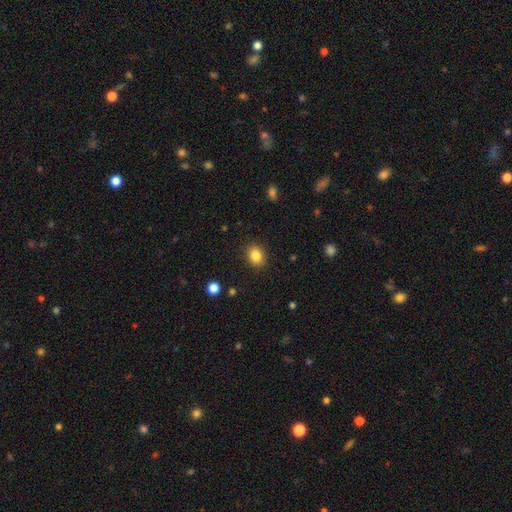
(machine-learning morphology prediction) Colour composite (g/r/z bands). It shows a smooth galaxy with no disk features (85%) that is round (52%). Merging: none (89%).